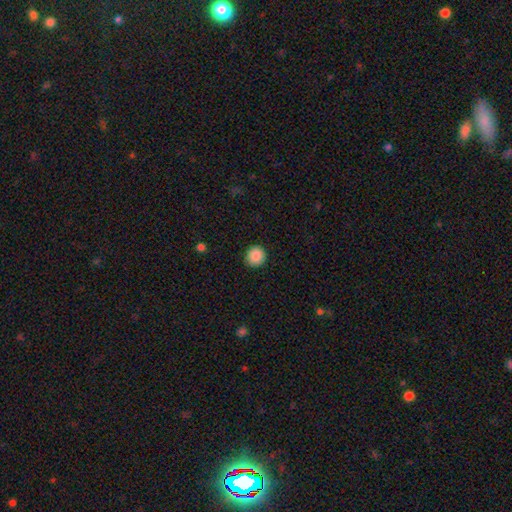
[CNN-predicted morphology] Smooth or featured? smooth (89%)
How rounded? round (92%)
Merging? none (91%)